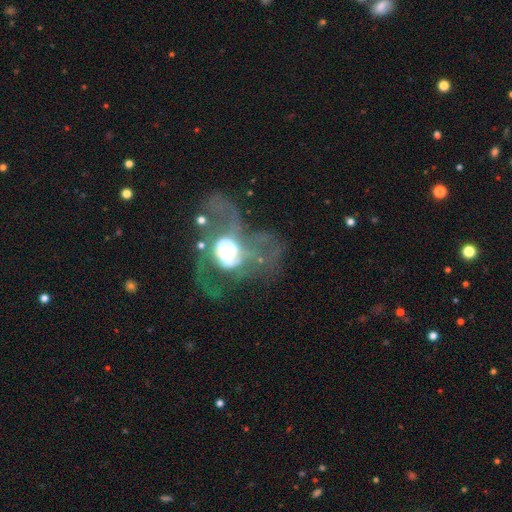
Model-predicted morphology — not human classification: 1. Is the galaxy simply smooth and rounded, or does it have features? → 69% featured or disk, 17% star or artifact, 14% smooth.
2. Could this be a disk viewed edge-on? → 96% no, 4% yes.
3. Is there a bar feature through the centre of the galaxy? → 71% no, 21% weak, 8% strong.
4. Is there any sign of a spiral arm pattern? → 61% yes, 39% no.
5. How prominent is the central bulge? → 48% moderate, 38% large, 6% dominant, 6% small, 3% none.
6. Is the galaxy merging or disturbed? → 47% major disturbance, 31% none, 14% minor disturbance, 9% merger.